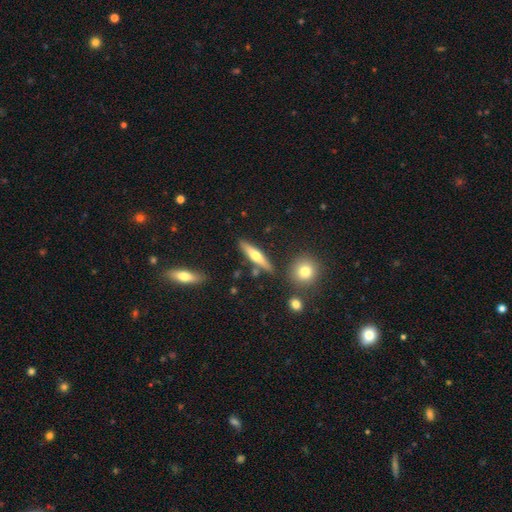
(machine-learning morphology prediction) This appears to be a smooth galaxy with no disk features (47%). Merging: none (82%).